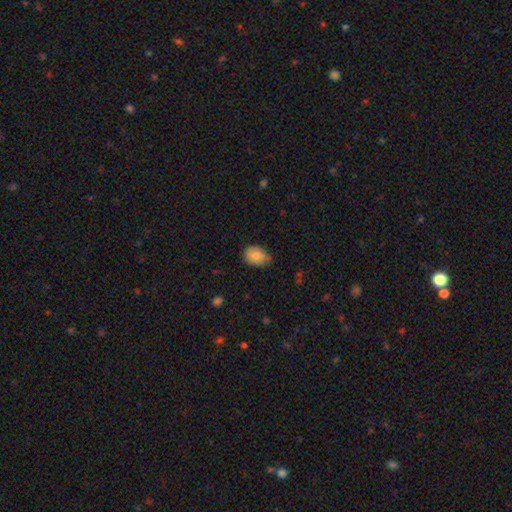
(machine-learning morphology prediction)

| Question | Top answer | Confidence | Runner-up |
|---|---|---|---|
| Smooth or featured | smooth | 85% | star or artifact (8%) |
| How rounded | in between | 68% | round (31%) |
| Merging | none | 58% | minor disturbance (35%) |